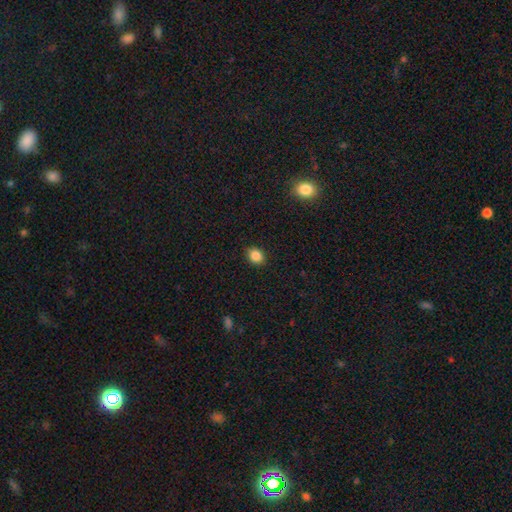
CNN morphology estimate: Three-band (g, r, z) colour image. It shows a smooth galaxy with no disk features (85%) that is round (50%). Merging: none (90%).